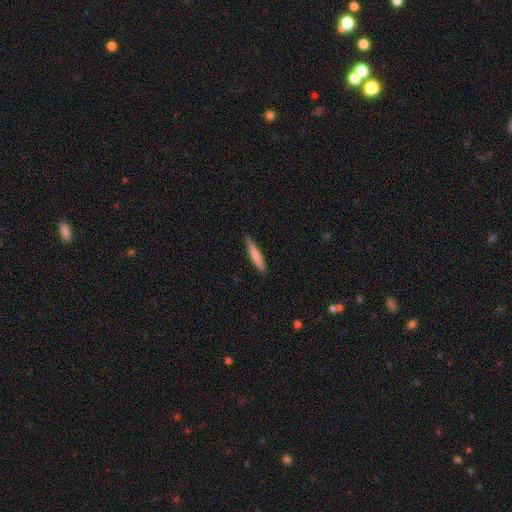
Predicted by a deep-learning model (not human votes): Overall: smooth (74%). How rounded: cigar-shaped (94%). Merging: none (88%).